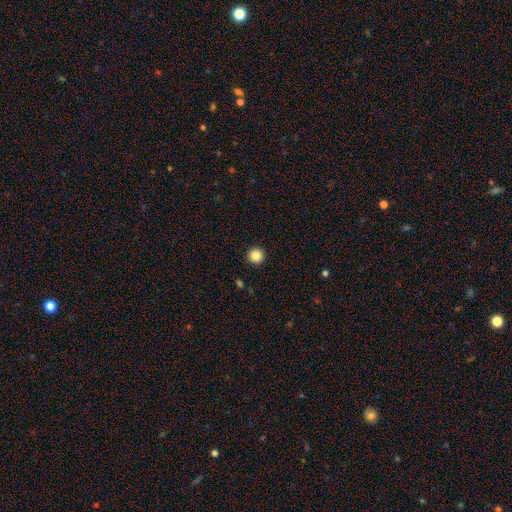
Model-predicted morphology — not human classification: Smooth or featured: smooth — 86% (star or artifact — 10%)
How rounded: round — 96% (in between — 3%)
Merging: none — 94% (minor disturbance — 4%)